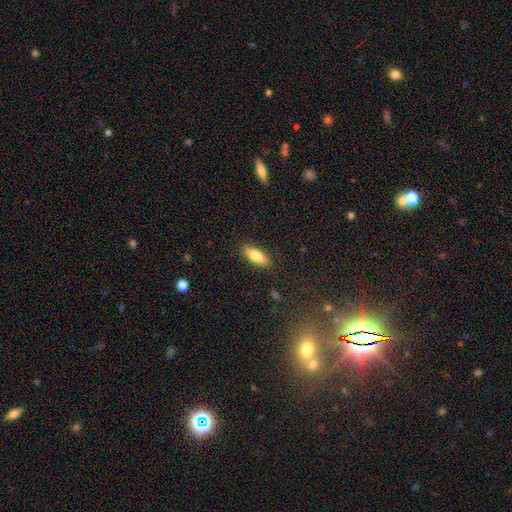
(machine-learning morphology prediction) Smooth or featured? Predicted: smooth (p=0.81). How rounded? Predicted: in between (p=0.73). Merging? Predicted: none (p=0.88).